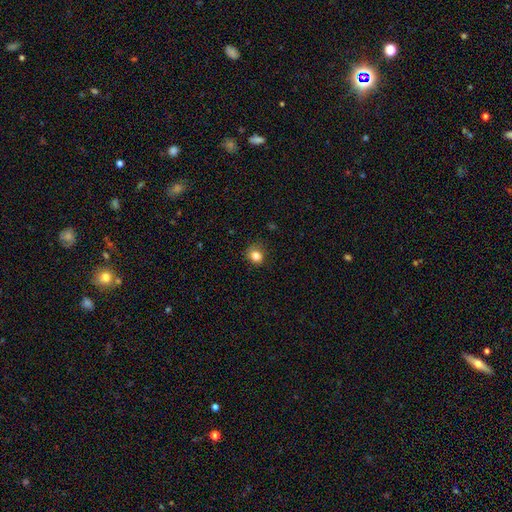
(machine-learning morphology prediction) This is clearly a smooth galaxy (83%). How rounded: likely round (77%). Merging: likely none (78%).